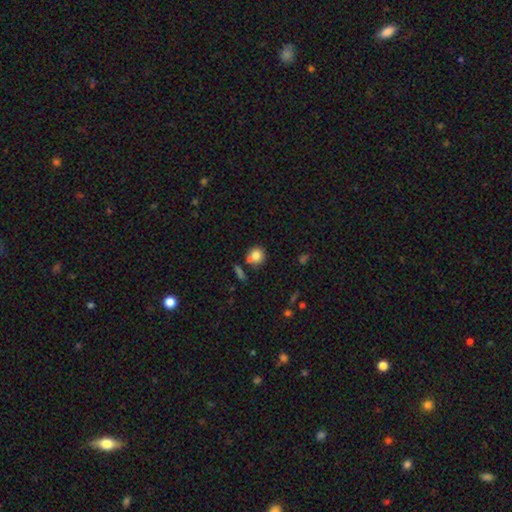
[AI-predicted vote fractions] This appears to be a smooth galaxy with no disk features (81%) that is round (85%). Merging: none (64%).